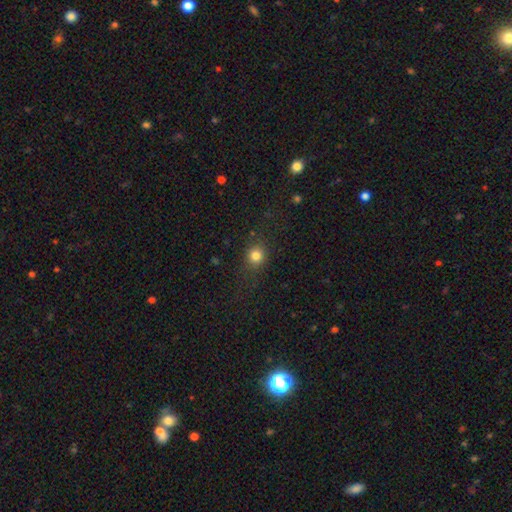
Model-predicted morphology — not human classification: type=smooth (81%); roundness=round (84%); merging=none (81%).